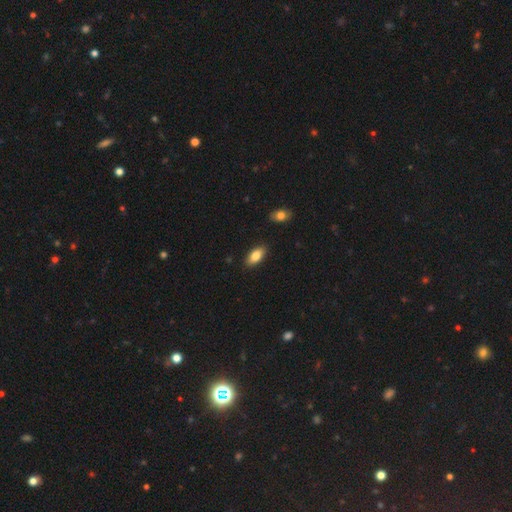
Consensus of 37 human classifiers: Smooth or featured: smooth — 78% (featured or disk — 14%)
How rounded: in between — 90% (cigar-shaped — 10%)
Merging: none — 91% (minor disturbance — 6%)